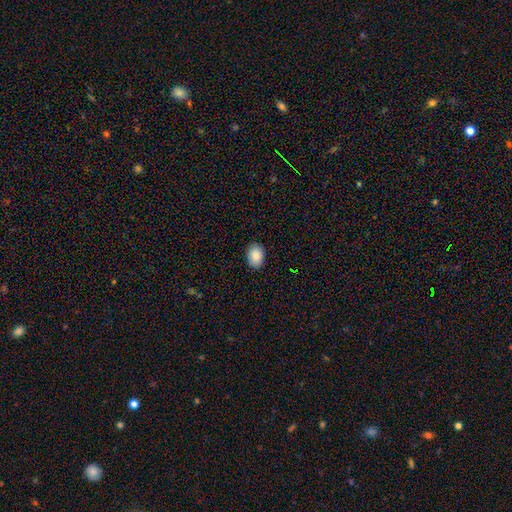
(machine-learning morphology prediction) This appears to be a smooth galaxy with no disk features (88%) that is in between round and cigar-shaped (81%). Merging: none (88%).